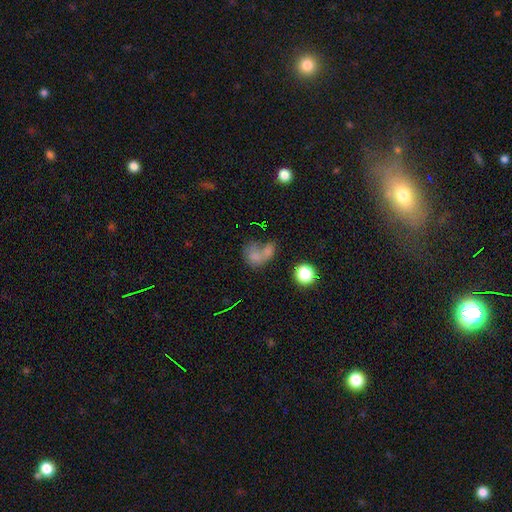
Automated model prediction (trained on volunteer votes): Morphology: type=smooth (64%); roundness=in between (50%); merging=merger (50%).